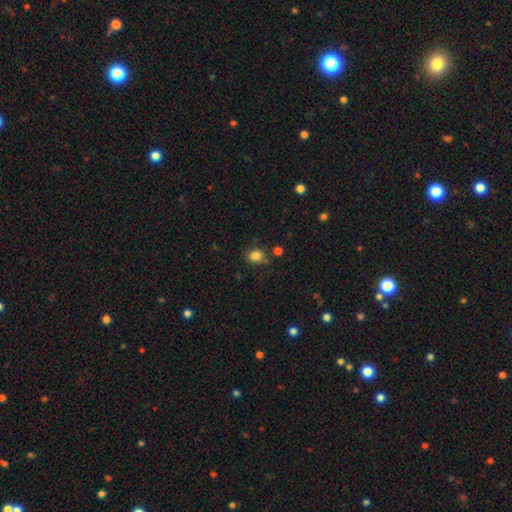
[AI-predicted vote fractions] Q: Smooth or featured?
A: smooth (83%); runner-up: star or artifact (12%)
Q: How rounded?
A: round (53%); runner-up: in between (46%)
Q: Merging?
A: none (70%); runner-up: minor disturbance (18%)